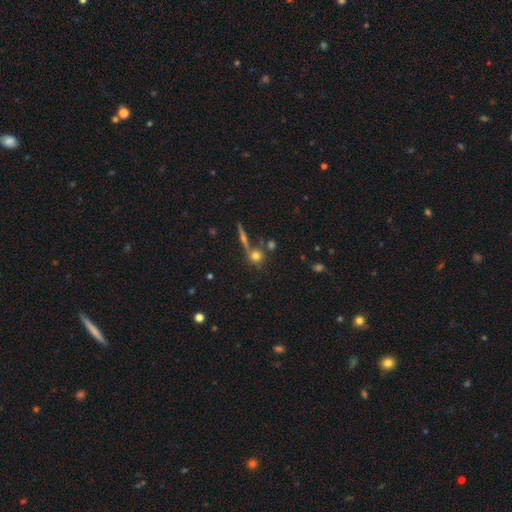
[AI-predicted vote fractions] Smooth or featured? smooth (67%)
How rounded? round (88%)
Merging? none (66%)